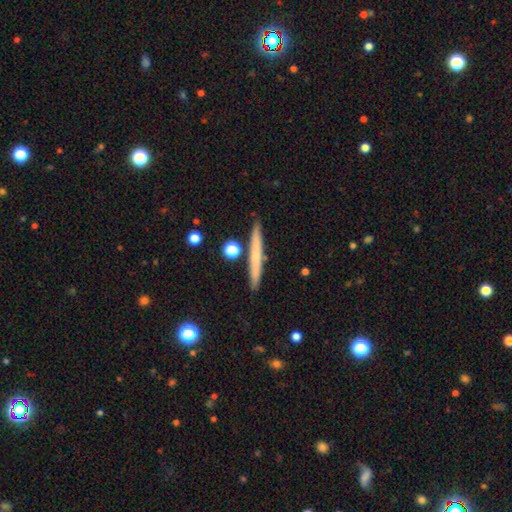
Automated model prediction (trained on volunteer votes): Smooth or featured? smooth (58%)
How rounded? cigar-shaped (96%)
Merging? none (88%)